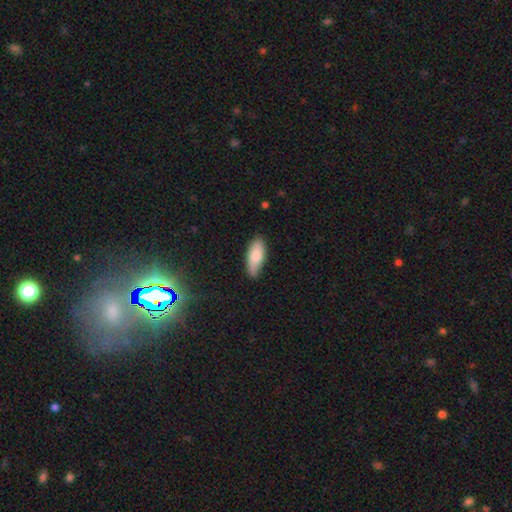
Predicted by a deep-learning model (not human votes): Q: Smooth or featured?
A: smooth (78%); runner-up: featured or disk (16%)
Q: How rounded?
A: in between (79%); runner-up: cigar-shaped (19%)
Q: Merging?
A: none (74%); runner-up: minor disturbance (21%)